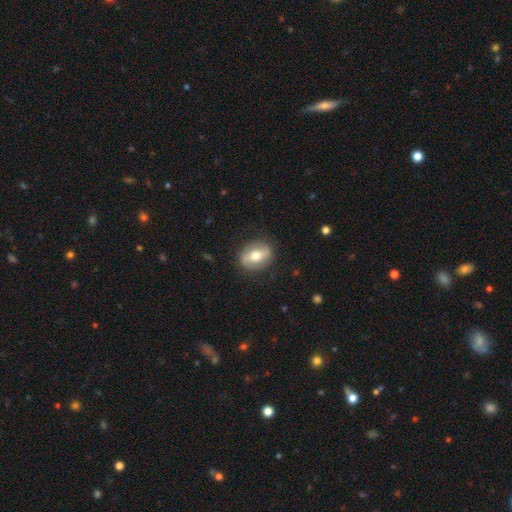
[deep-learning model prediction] Smooth or featured? featured or disk (50%)
Merging? none (84%)